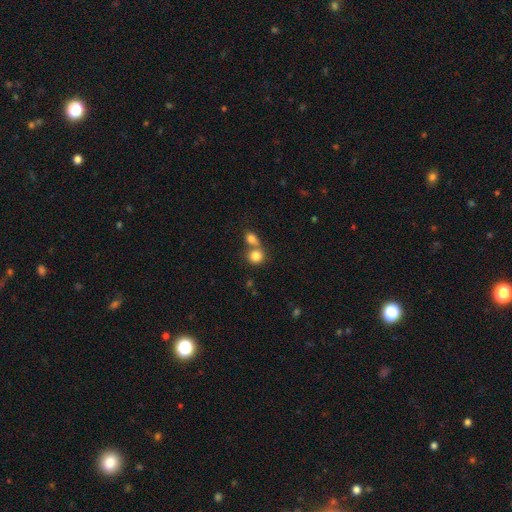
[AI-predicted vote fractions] smooth-or-featured: smooth: 82% | star or artifact: 9% | featured or disk: 9%
  how-rounded: round: 77% | in between: 21% | cigar-shaped: 1%
  merging: merger: 55% | none: 35% | minor disturbance: 7% | major disturbance: 3%